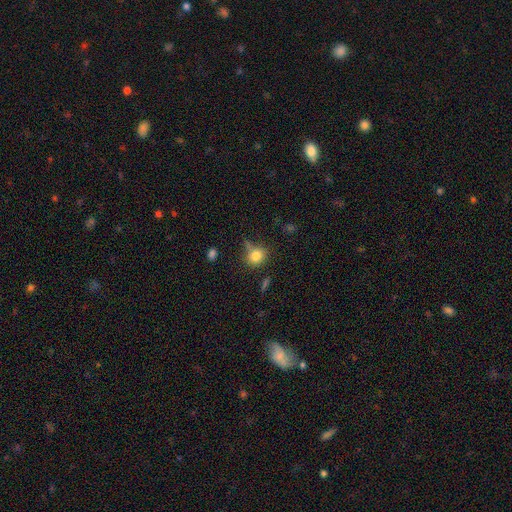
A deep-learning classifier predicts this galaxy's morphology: A smooth galaxy with no disk features (79%) that is round (74%). Merging: none (65%).